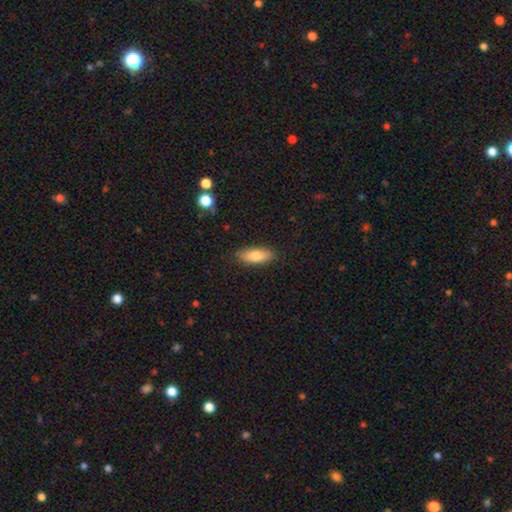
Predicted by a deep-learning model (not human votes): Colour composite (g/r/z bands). It shows a smooth galaxy with no disk features (77%) that is in between round and cigar-shaped (69%). Merging: none (85%).